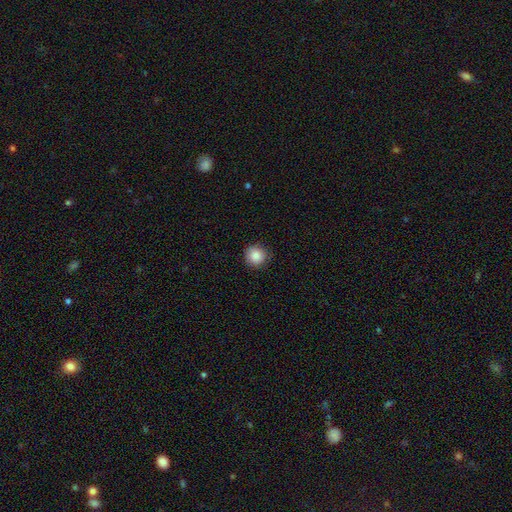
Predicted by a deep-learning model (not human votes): A smooth galaxy with no disk features (87%) that is round (94%). Merging: none (88%).